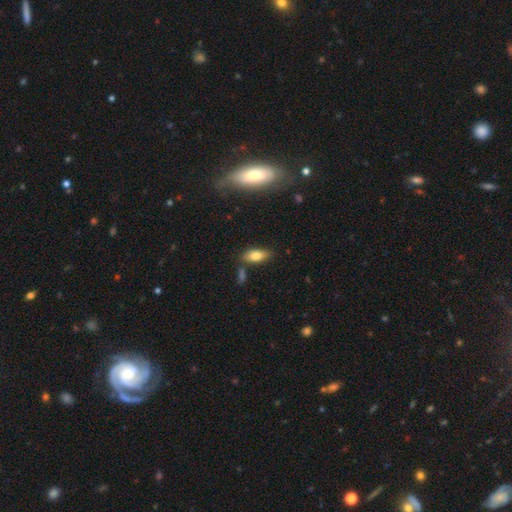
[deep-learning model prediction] This appears to be a smooth galaxy with no disk features (78%) that is in between round and cigar-shaped (83%). Merging: none (76%).